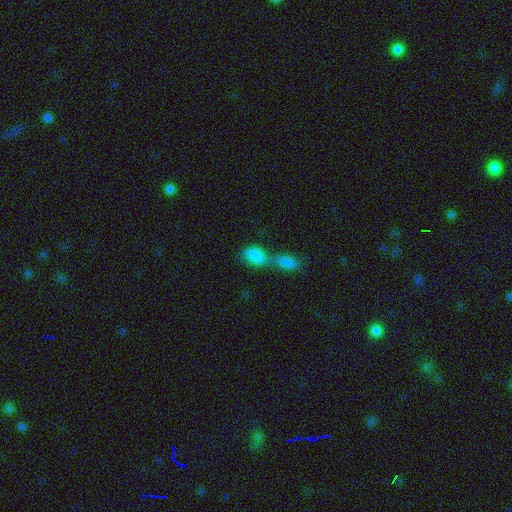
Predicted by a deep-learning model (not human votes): smooth-or-featured: smooth: 84% | featured or disk: 8% | star or artifact: 8%
  how-rounded: in between: 73% | round: 23% | cigar-shaped: 4%
  merging: merger: 74% | none: 15% | minor disturbance: 6% | major disturbance: 5%